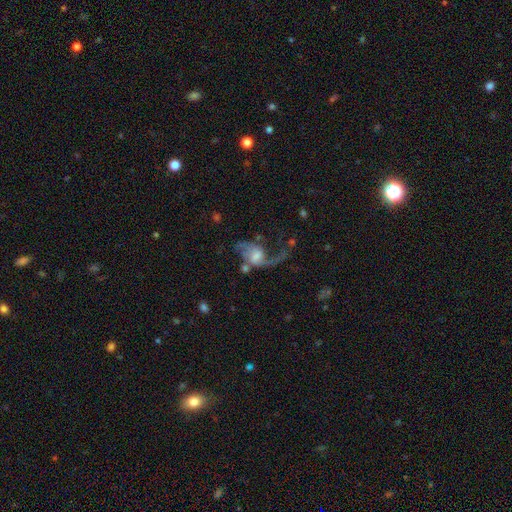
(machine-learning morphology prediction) featured or disk 81%, smooth 12%, star or artifact 7%. Down the decision tree: edge-on disk — no (97%); bar — no (48%); spiral arms — yes (92%); spiral arm count — 2 (78%); spiral winding — loose (79%); bulge size — moderate (42%); merging — none (36%).